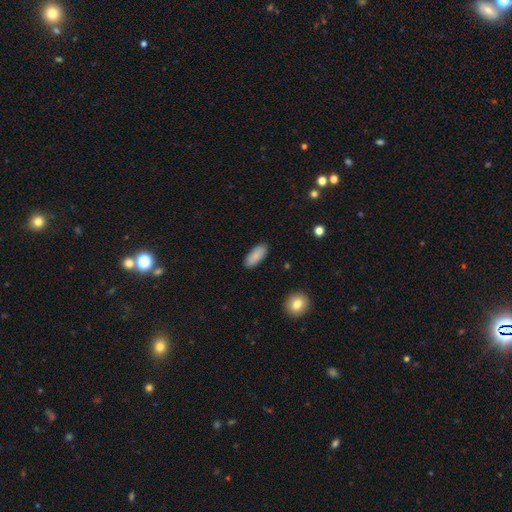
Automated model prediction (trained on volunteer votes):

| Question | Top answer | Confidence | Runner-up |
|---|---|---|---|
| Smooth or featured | smooth | 86% | featured or disk (8%) |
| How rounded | in between | 85% | cigar-shaped (13%) |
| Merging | none | 88% | minor disturbance (9%) |